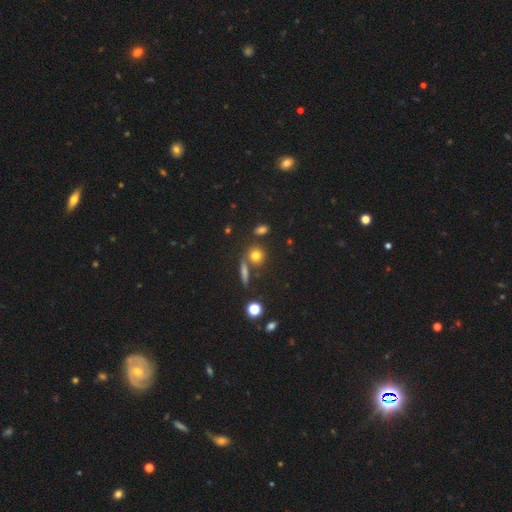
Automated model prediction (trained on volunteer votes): The model was most divided on "merging": none: 71%, merger: 15%, minor disturbance: 10%, major disturbance: 4%. More confident: how rounded — round (78%); smooth or featured — smooth (74%).